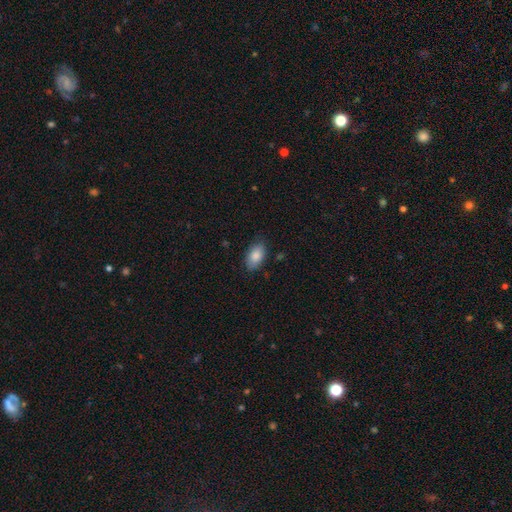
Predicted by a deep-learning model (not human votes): smooth 85%, featured or disk 8%, star or artifact 7%. Down the decision tree: how rounded — in between (93%); merging — none (81%).